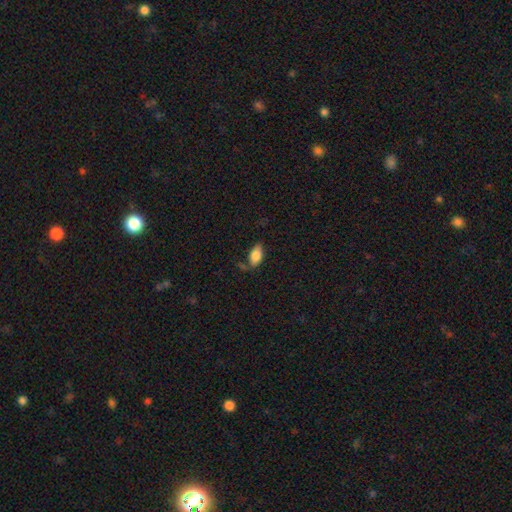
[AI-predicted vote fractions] Smooth or featured? Predicted: smooth (p=0.81). How rounded? Predicted: in between (p=0.91). Merging? Predicted: none (p=0.60).